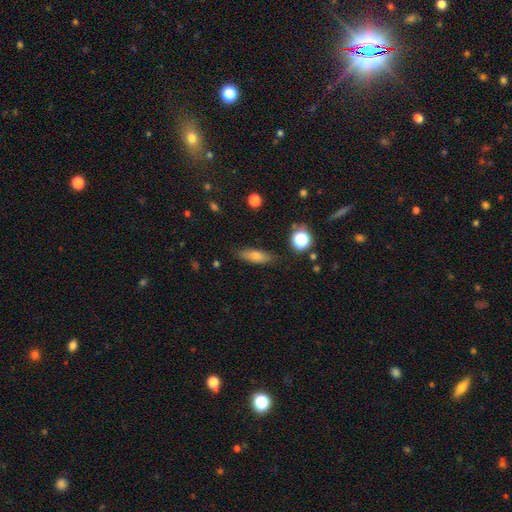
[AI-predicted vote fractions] Morphology: type=smooth (69%); roundness=in between (51%); merging=none (84%).